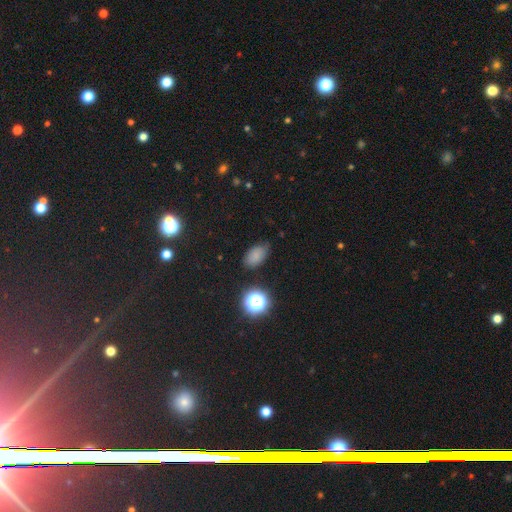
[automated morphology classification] This is likely a smooth galaxy (76%). How rounded: clearly in between (88%). Merging: likely none (73%).